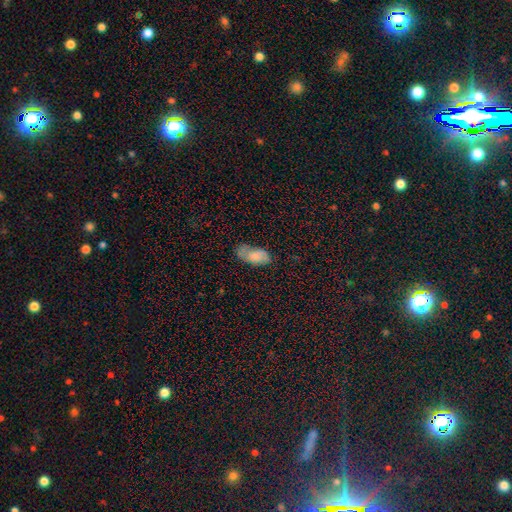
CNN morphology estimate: A smooth galaxy with no disk features (73%) that is in between round and cigar-shaped (92%).

Vote fractions:
- Smooth or featured? smooth: 73% / featured or disk: 18% / star or artifact: 9%
- How rounded? in between: 92% / cigar-shaped: 4% / round: 3%
- Merging? none: 44% / minor disturbance: 35% / major disturbance: 17% / merger: 5%